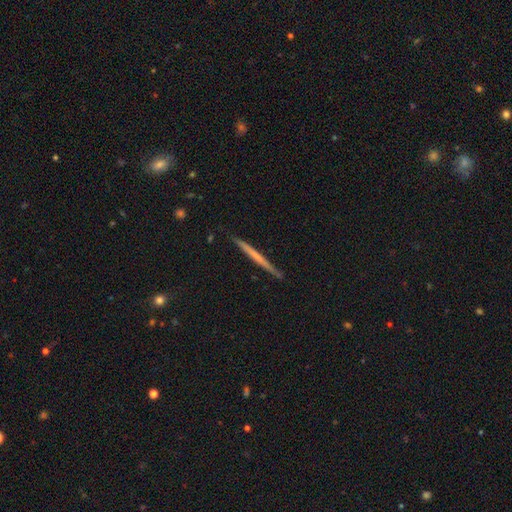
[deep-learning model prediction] This appears to be a featured or disk galaxy (51%) viewed edge-on (98%) with no central bulge (88%). Merging: none (89%).